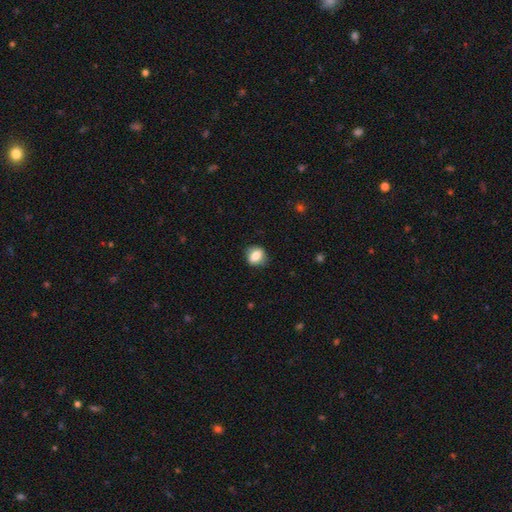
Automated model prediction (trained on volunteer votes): This appears to be a smooth galaxy with no disk features (78%) that is round (50%). Merging: none (83%).